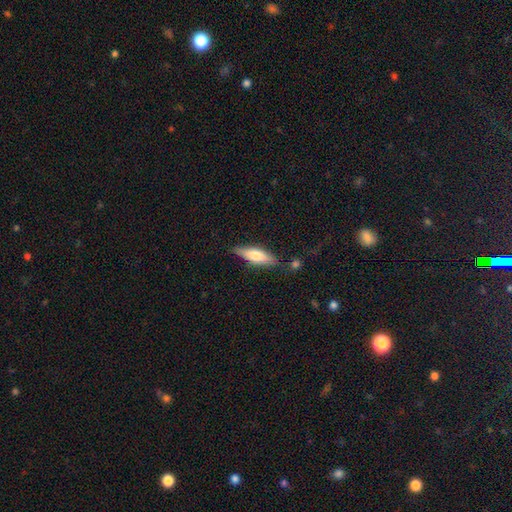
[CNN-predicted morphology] Q: Smooth or featured?
A: smooth (60%); runner-up: featured or disk (34%)
Q: How rounded?
A: cigar-shaped (56%); runner-up: in between (42%)
Q: Merging?
A: none (76%); runner-up: minor disturbance (15%)